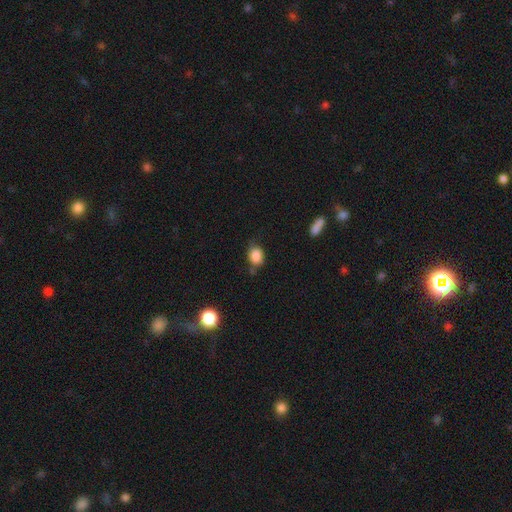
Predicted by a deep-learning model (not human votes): Q: Smooth or featured?
A: smooth (84%); runner-up: star or artifact (9%)
Q: How rounded?
A: in between (50%); runner-up: round (48%)
Q: Merging?
A: none (57%); runner-up: minor disturbance (30%)